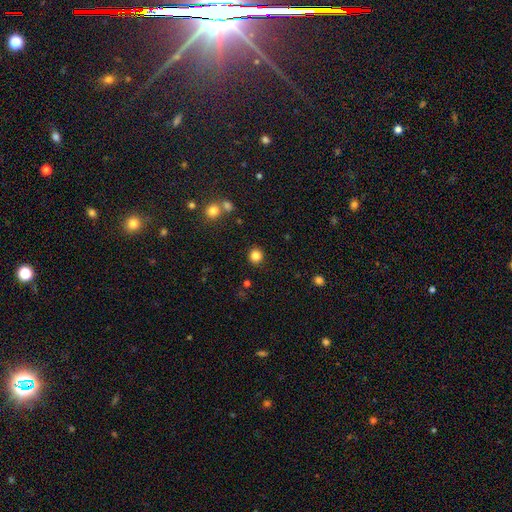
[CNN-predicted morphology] The model was most divided on "smooth or featured": smooth: 84%, star or artifact: 12%, featured or disk: 4%. More confident: how rounded — round (92%); merging — none (91%).